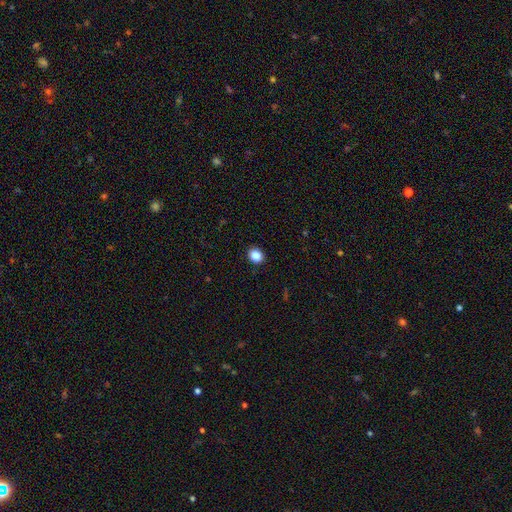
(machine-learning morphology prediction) Overall: smooth (87%). How rounded: round (67%; in between 32%). Merging: none (92%).